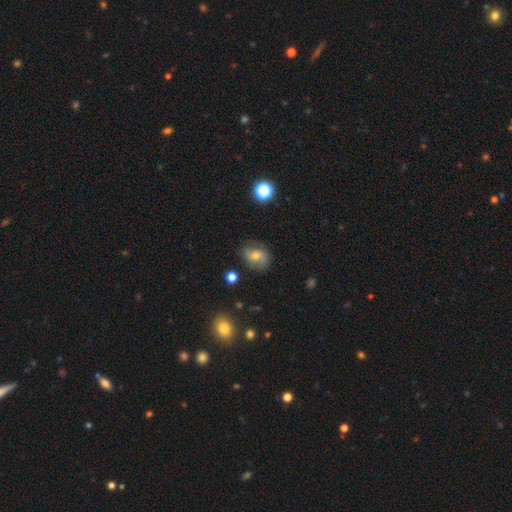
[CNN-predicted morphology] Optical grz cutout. It shows a smooth galaxy with no disk features (60%) that is in between round and cigar-shaped (60%). Merging: none (71%).